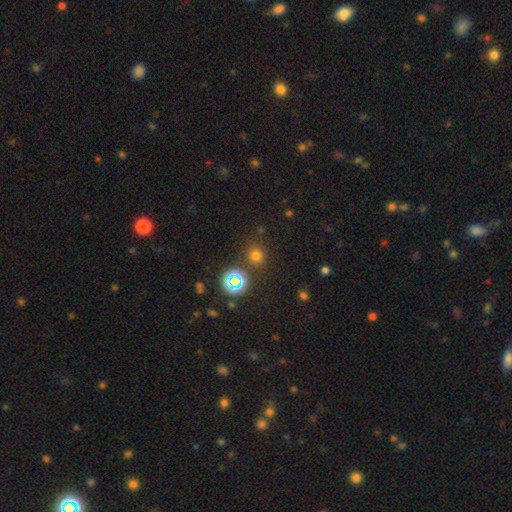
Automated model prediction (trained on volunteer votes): smooth_or_featured: smooth (p=0.66) [alt: star or artifact p=0.28]
how_rounded: round (p=0.91) [alt: in between p=0.08]
merging: none (p=0.84) [alt: minor disturbance p=0.09]